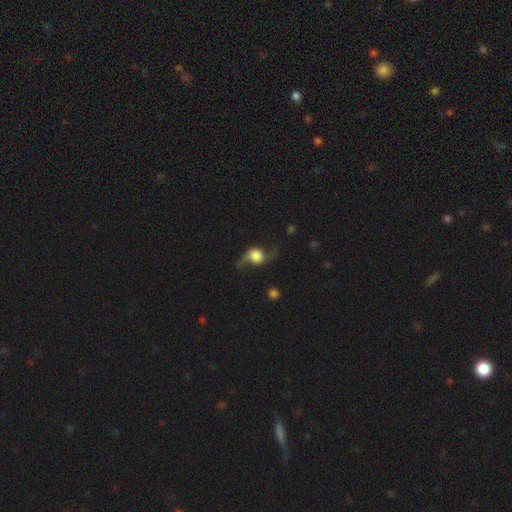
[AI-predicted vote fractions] Morphology: type=featured or disk (57%); edge-on=no (82%); merging=none (57%).